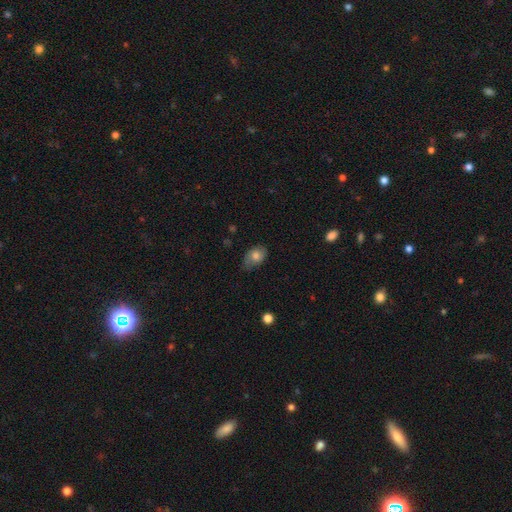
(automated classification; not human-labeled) This appears to be a smooth galaxy with no disk features (70%) that is in between round and cigar-shaped (79%). Merging: none (63%).